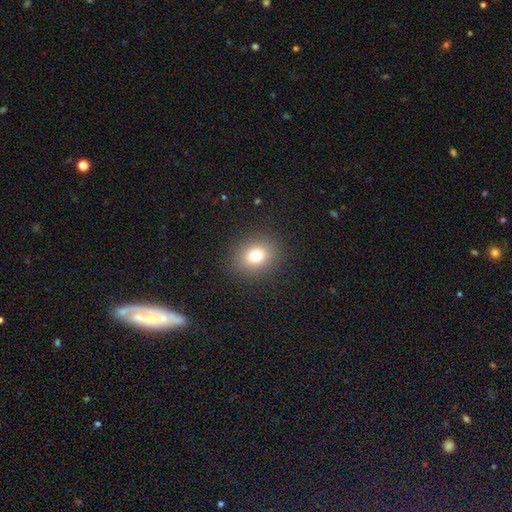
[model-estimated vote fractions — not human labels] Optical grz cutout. It shows a smooth galaxy with no disk features (77%) that is round (63%). Merging: none (89%).